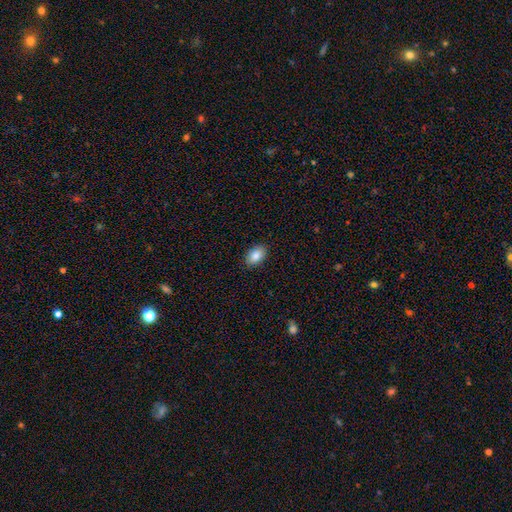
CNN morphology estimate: type=smooth (85%); roundness=in between (90%); merging=none (89%).